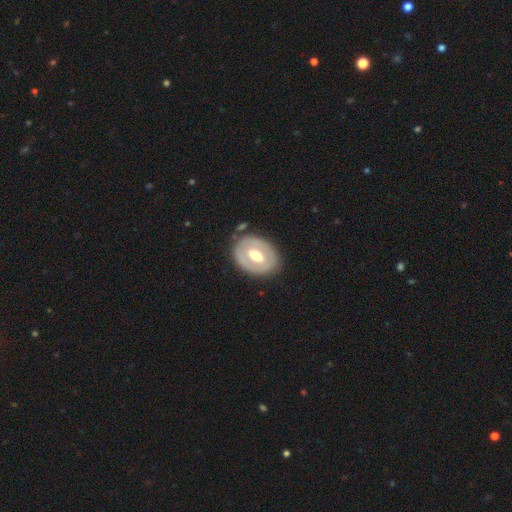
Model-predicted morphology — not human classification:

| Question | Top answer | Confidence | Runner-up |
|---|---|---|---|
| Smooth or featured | featured or disk | 55% | smooth (40%) |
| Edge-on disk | no | 92% | yes (8%) |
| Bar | no | 49% | weak (32%) |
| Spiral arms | no | 86% | yes (14%) |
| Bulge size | moderate | 72% | large (18%) |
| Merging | none | 79% | minor disturbance (13%) |